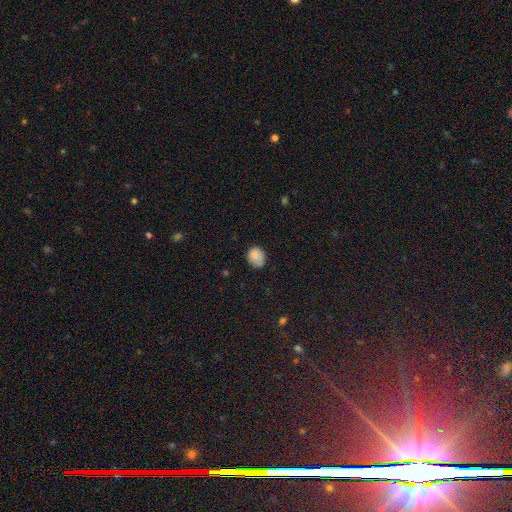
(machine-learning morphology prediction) The model was most divided on "how rounded": round: 64%, in between: 35%, cigar-shaped: 1%. More confident: smooth or featured — smooth (84%); merging — none (70%).